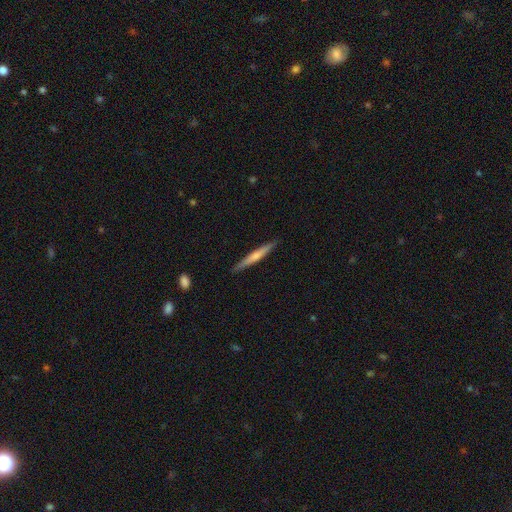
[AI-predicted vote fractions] This is possibly a smooth galaxy (50%). How rounded: clearly cigar-shaped (95%). Merging: clearly none (90%).